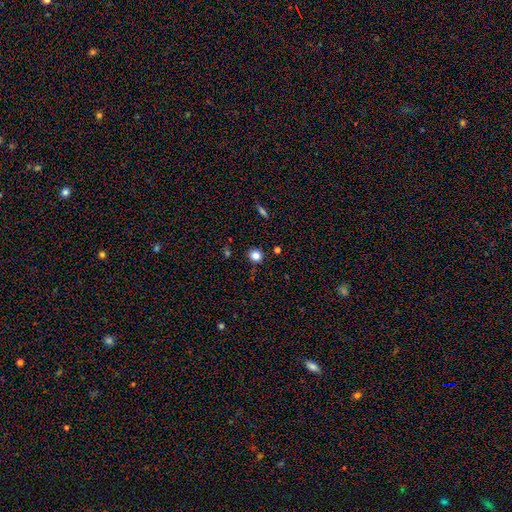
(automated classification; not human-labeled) Smooth or featured: smooth — 81% (star or artifact — 13%)
How rounded: round — 93% (in between — 6%)
Merging: none — 87% (minor disturbance — 9%)